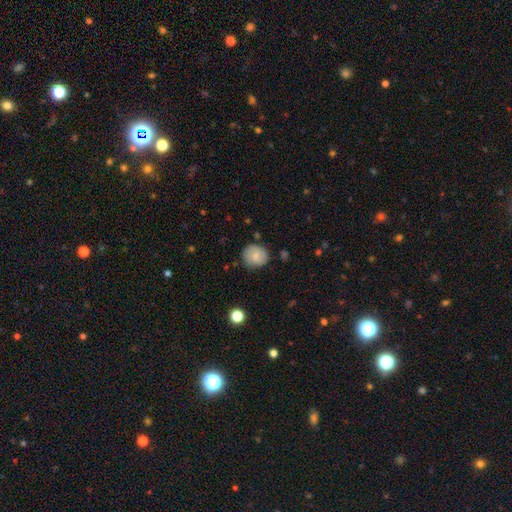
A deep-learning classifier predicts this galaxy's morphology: smooth 81%, featured or disk 12%, star or artifact 7%. Down the decision tree: how rounded — round (84%); merging — none (81%).